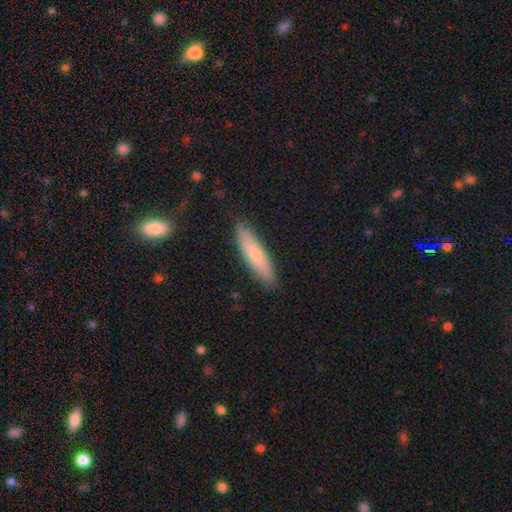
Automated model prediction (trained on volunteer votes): Q: Smooth or featured?
A: smooth (72%); runner-up: featured or disk (23%)
Q: How rounded?
A: cigar-shaped (76%); runner-up: in between (22%)
Q: Merging?
A: none (87%); runner-up: minor disturbance (10%)